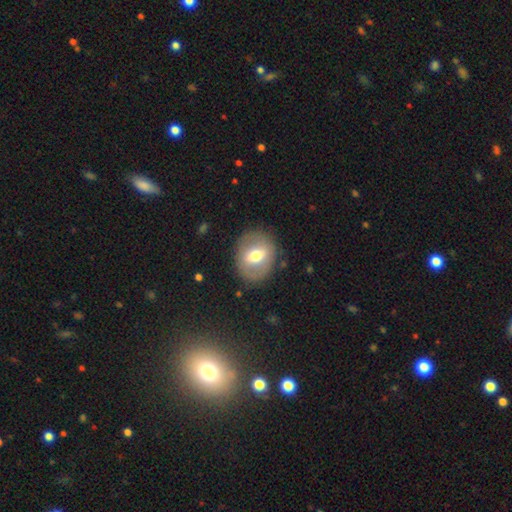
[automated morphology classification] A smooth galaxy with no disk features (50%) that is round (54%).

Vote fractions:
- Smooth or featured? smooth: 50% / featured or disk: 43% / star or artifact: 7%
- How rounded? round: 54% / in between: 45% / cigar-shaped: 1%
- Merging? none: 82% / minor disturbance: 12% / major disturbance: 5% / merger: 1%